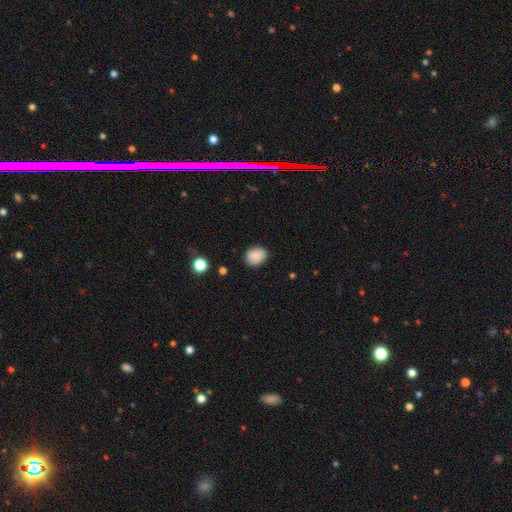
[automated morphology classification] Smooth or featured? smooth (84%)
How rounded? round (50%)
Merging? none (80%)